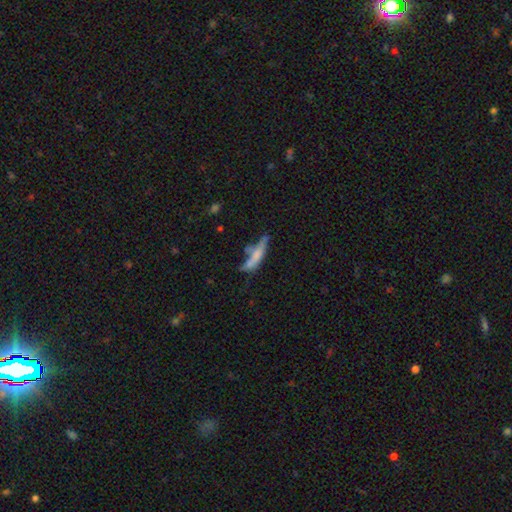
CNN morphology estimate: Smooth or featured? smooth (56%)
How rounded? cigar-shaped (77%)
Merging? none (43%)